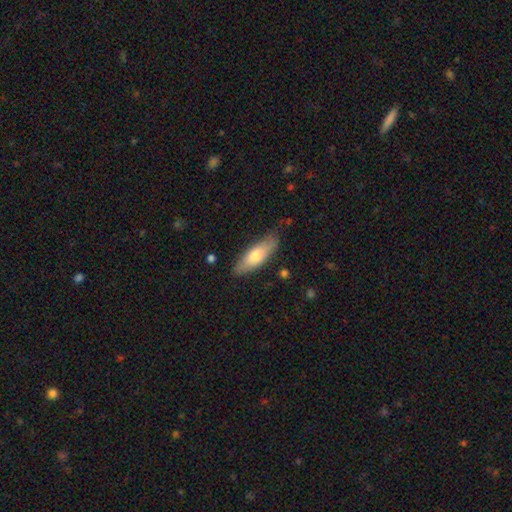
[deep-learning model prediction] Smooth or featured?
  - smooth: 68% *
  - featured or disk: 26%
  - star or artifact: 5%
How rounded?
  - in between: 56% *
  - cigar-shaped: 42%
  - round: 2%
Merging?
  - none: 80% *
  - minor disturbance: 16%
  - major disturbance: 3%
  - merger: 2%